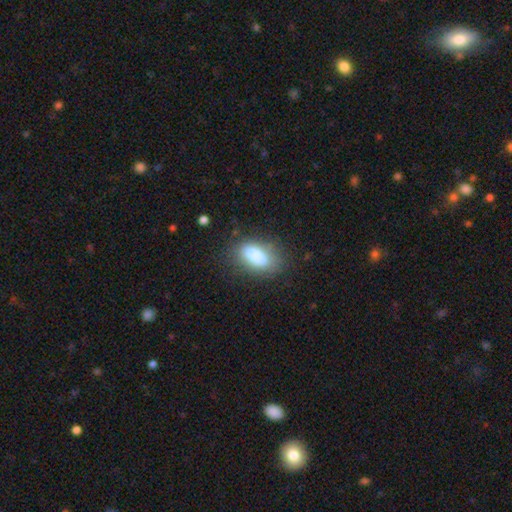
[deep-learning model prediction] This appears to be a smooth galaxy with no disk features (79%) that is in between round and cigar-shaped (80%). Merging: none (72%).